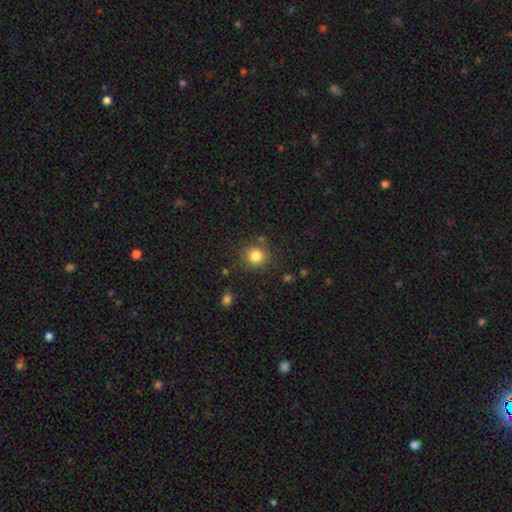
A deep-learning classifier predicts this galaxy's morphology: Smooth or featured: smooth — 83% (star or artifact — 11%)
How rounded: round — 89% (in between — 10%)
Merging: none — 83% (minor disturbance — 10%)